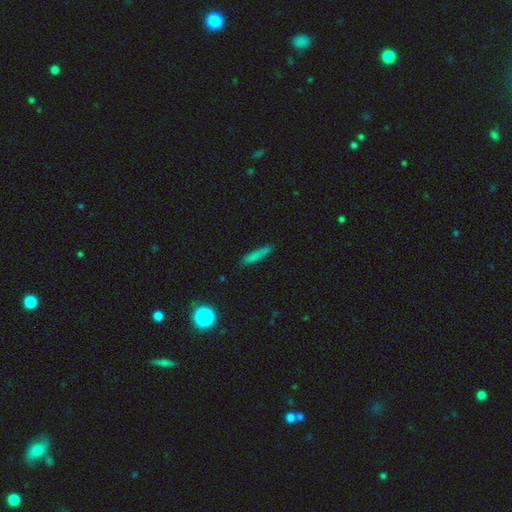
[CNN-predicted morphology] Q: Smooth or featured?
A: smooth (76%); runner-up: featured or disk (13%)
Q: How rounded?
A: cigar-shaped (90%); runner-up: in between (8%)
Q: Merging?
A: none (84%); runner-up: minor disturbance (12%)